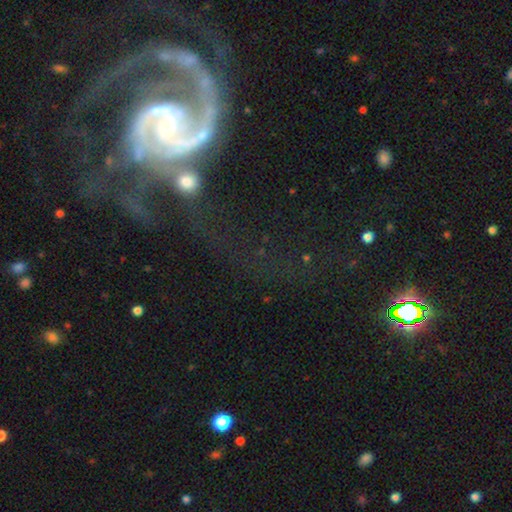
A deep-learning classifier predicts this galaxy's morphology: Overall: featured or disk (87%). Edge-on disk: no (97%). Bar: no (49%; weak 34%). Spiral arms: yes (95%). Spiral arm count: 2 (69%). Spiral winding: medium (45%; tight 34%). Bulge size: small (70%). Merging: none (35%; major disturbance 34%).